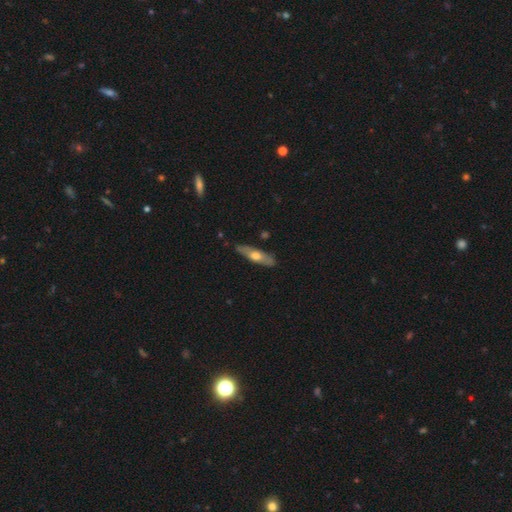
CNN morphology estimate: A featured or disk galaxy (50%). Merging: none (83%).